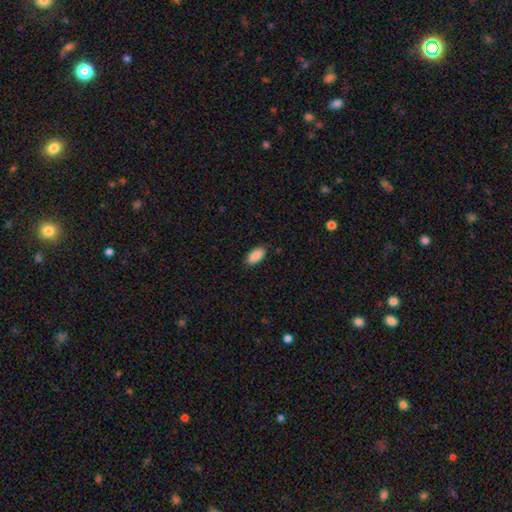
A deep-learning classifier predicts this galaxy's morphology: Smooth or featured: smooth — 90% (star or artifact — 7%)
How rounded: in between — 93% (cigar-shaped — 4%)
Merging: none — 85% (minor disturbance — 11%)